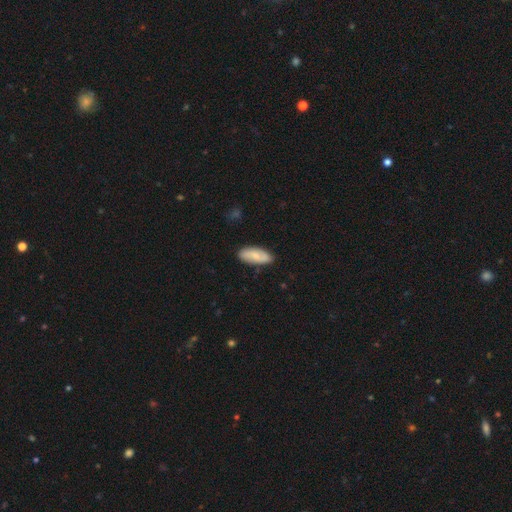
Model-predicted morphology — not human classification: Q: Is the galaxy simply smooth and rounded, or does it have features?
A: smooth — 66%.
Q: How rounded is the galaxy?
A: in between — 83%.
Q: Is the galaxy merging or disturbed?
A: none — 83%.